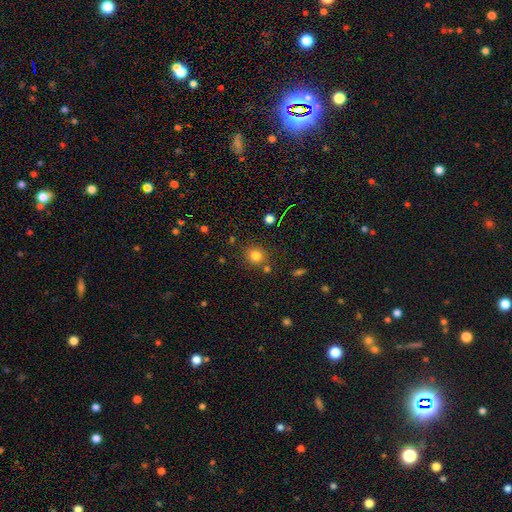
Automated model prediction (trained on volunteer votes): smooth_or_featured: smooth (p=0.79) [alt: star or artifact p=0.14]
how_rounded: round (p=0.84) [alt: in between p=0.15]
merging: none (p=0.77) [alt: minor disturbance p=0.10]